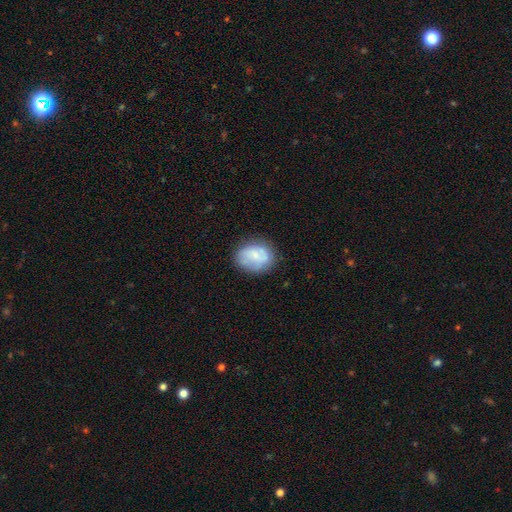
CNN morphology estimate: smooth 62%, featured or disk 30%, star or artifact 8%. Down the decision tree: how rounded — round (50%); merging — none (69%).